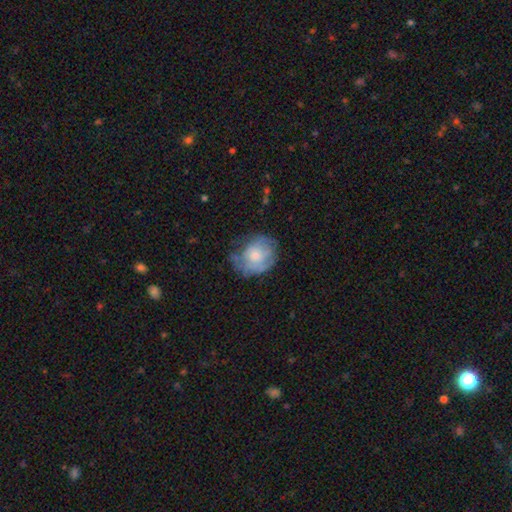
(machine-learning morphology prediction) This appears to be a smooth galaxy with no disk features (55%) that is round (64%). Merging: none (53%).